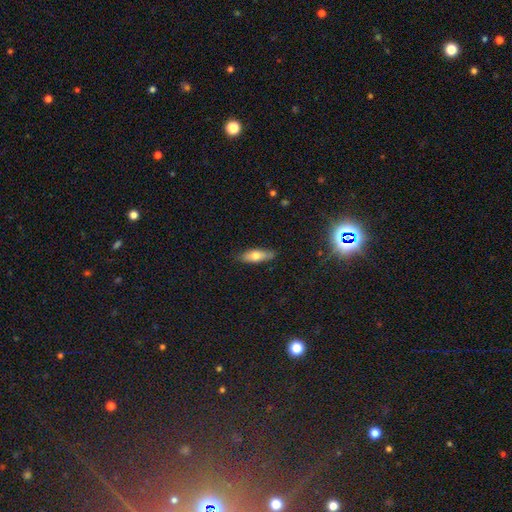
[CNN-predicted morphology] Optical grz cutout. It shows a smooth galaxy with no disk features (68%) that is in between round and cigar-shaped (58%). Merging: none (82%).